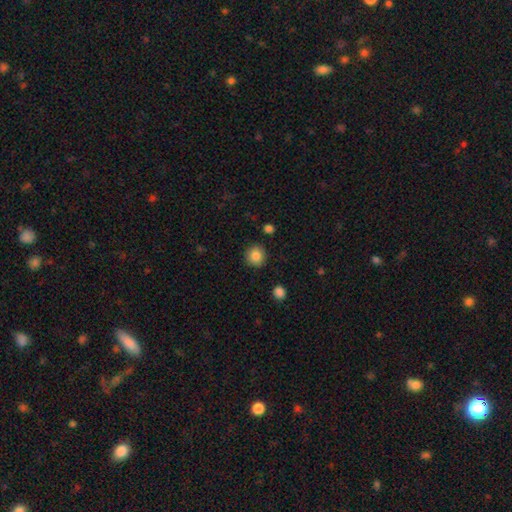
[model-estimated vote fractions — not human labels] The model was most divided on "smooth or featured": smooth: 85%, star or artifact: 9%, featured or disk: 5%. More confident: how rounded — round (92%); merging — none (89%).